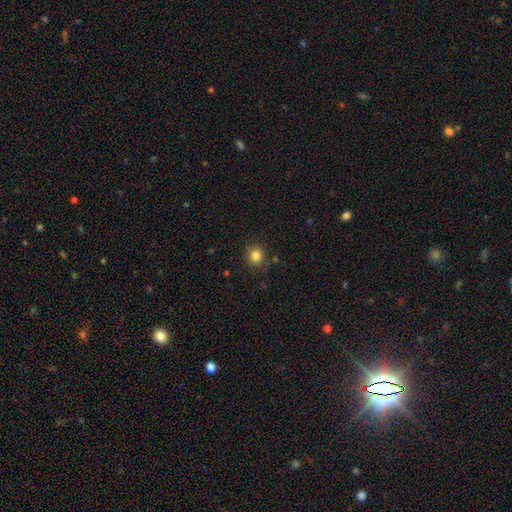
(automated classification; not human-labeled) The model was most divided on "smooth or featured": smooth: 83%, star or artifact: 12%, featured or disk: 5%. More confident: how rounded — round (88%); merging — none (85%).